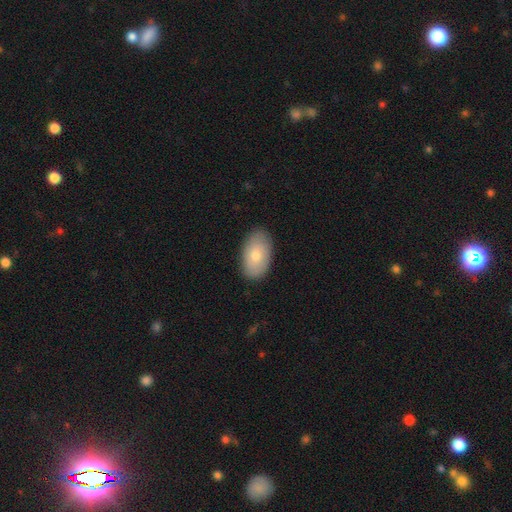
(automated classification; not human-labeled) This appears to be a smooth galaxy with no disk features (76%) that is in between round and cigar-shaped (93%). Merging: none (86%).